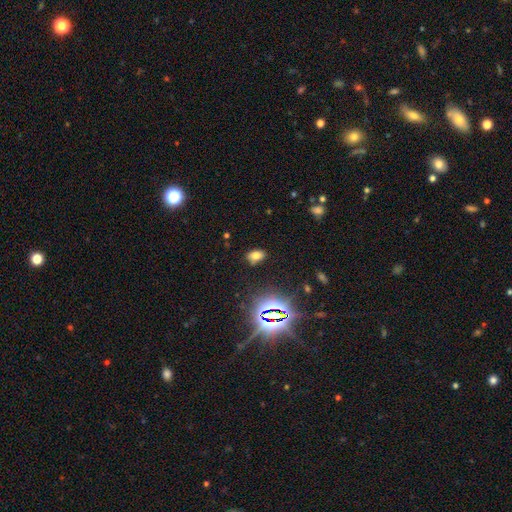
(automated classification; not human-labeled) Q: Smooth or featured?
A: smooth (64%); runner-up: star or artifact (26%)
Q: How rounded?
A: in between (84%); runner-up: round (14%)
Q: Merging?
A: none (82%); runner-up: minor disturbance (12%)